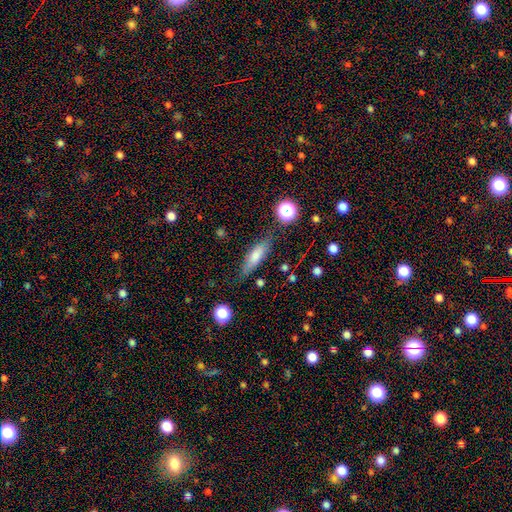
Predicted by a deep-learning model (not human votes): smooth_or_featured: smooth (p=0.62) [alt: featured or disk p=0.27]
how_rounded: cigar-shaped (p=0.58) [alt: in between p=0.39]
merging: none (p=0.80) [alt: minor disturbance p=0.14]